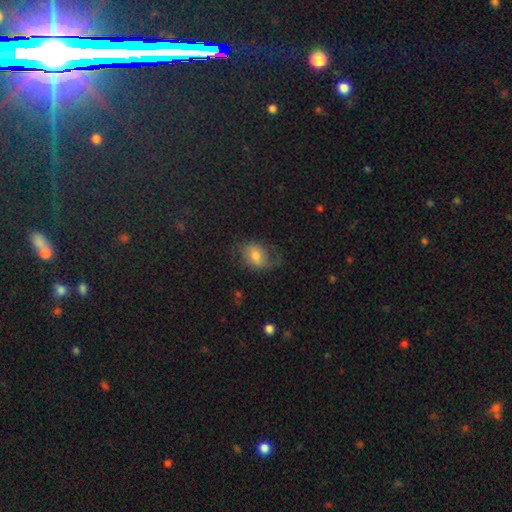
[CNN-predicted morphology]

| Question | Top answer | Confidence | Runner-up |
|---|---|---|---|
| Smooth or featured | smooth | 50% | featured or disk (38%) |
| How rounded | in between | 70% | round (29%) |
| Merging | none | 55% | minor disturbance (25%) |